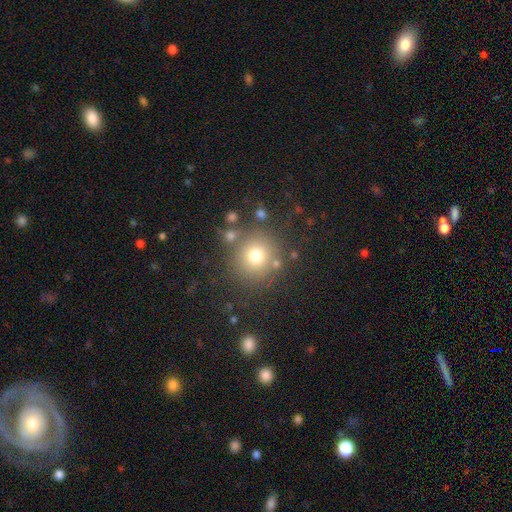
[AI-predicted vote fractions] smooth 73%, star or artifact 16%, featured or disk 11%. Down the decision tree: how rounded — round (92%); merging — none (79%).